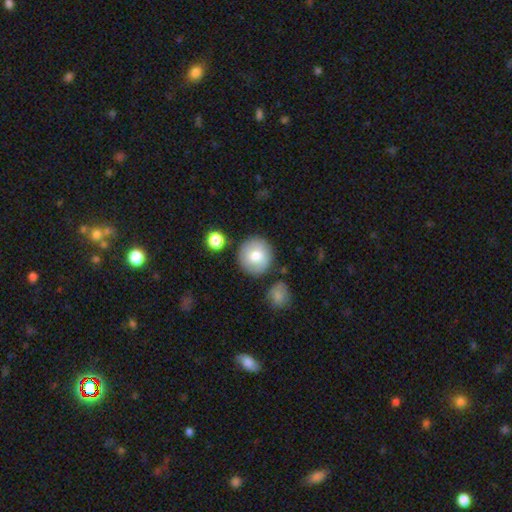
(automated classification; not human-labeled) smooth_or_featured: smooth (p=0.76) [alt: featured or disk p=0.16]
how_rounded: round (p=0.93) [alt: in between p=0.06]
merging: none (p=0.83) [alt: minor disturbance p=0.09]